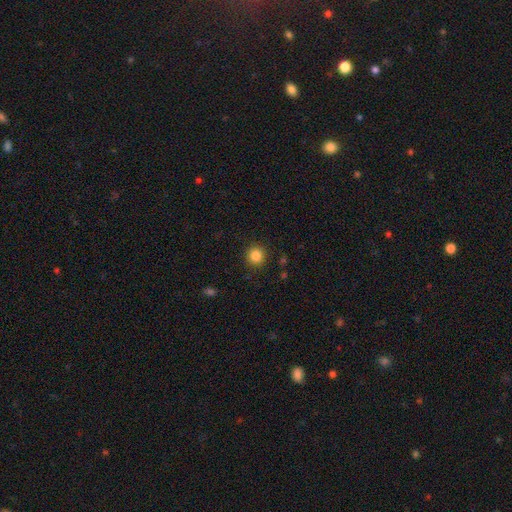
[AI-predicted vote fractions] Smooth or featured? Predicted: smooth (p=0.85). How rounded? Predicted: round (p=0.93). Merging? Predicted: none (p=0.91).